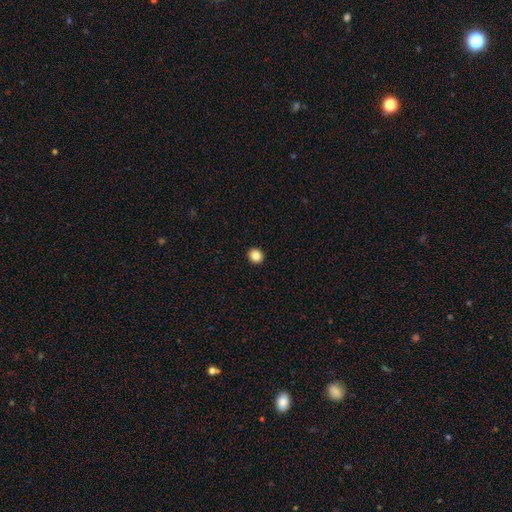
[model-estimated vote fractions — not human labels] Smooth or featured: smooth — 86% (star or artifact — 10%)
How rounded: round — 87% (in between — 12%)
Merging: none — 93% (minor disturbance — 4%)